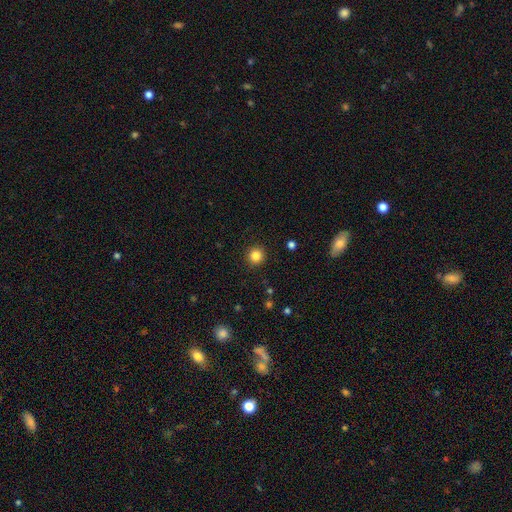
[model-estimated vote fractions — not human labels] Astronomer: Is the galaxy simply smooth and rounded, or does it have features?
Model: smooth — 84%.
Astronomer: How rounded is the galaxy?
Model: round — 95%.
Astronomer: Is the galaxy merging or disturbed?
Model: none — 92%.